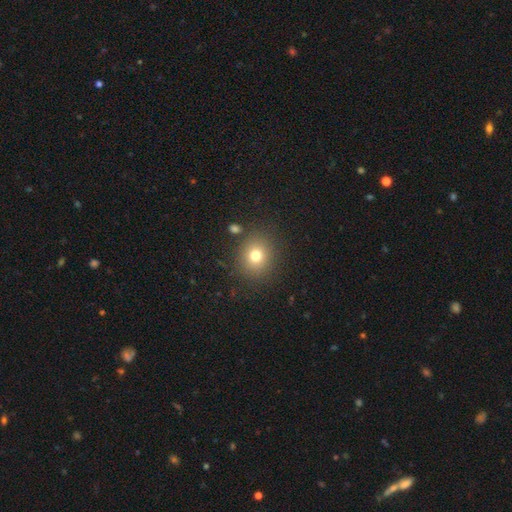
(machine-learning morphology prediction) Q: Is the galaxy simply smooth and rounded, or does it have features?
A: smooth — 75%.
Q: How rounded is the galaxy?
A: round — 81%.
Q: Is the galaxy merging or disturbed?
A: none — 85%.